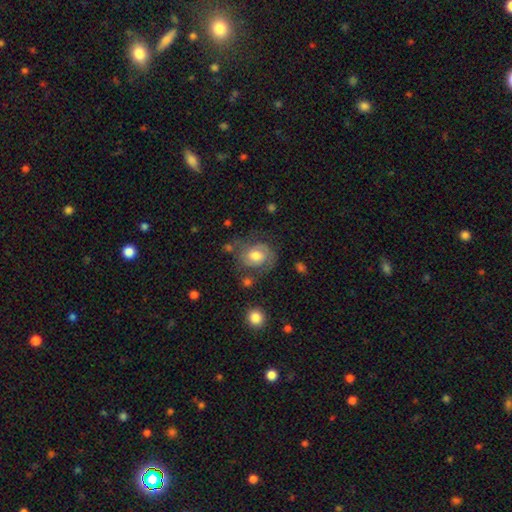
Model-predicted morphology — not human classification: A featured or disk galaxy (55%) with no bar (66%), spiral arms (81%) and a moderate central bulge (63%). Merging: none (55%).